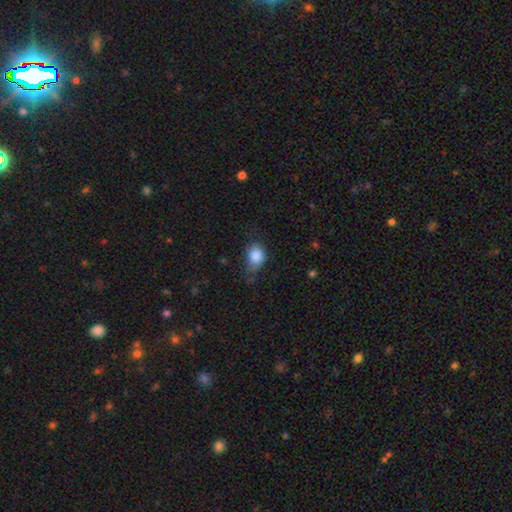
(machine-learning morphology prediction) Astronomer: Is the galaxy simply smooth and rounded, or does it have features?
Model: smooth — 86%.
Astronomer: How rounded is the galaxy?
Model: in between — 70%.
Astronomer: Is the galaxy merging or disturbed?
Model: none — 53% (runner-up: minor disturbance, 34%).